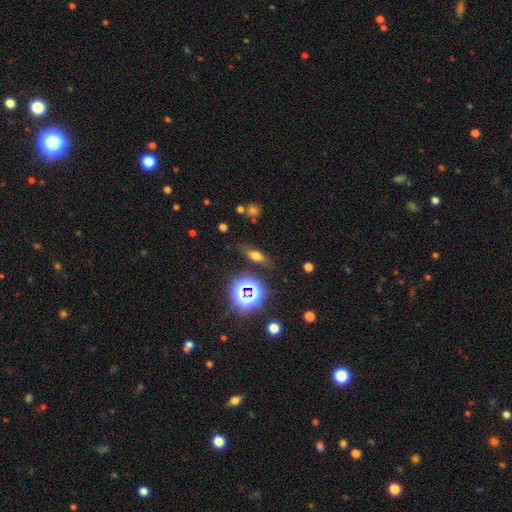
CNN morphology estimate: Smooth or featured?
  - smooth: 55% *
  - star or artifact: 24%
  - featured or disk: 21%
How rounded?
  - in between: 53% *
  - cigar-shaped: 35%
  - round: 12%
Merging?
  - none: 78% *
  - minor disturbance: 14%
  - major disturbance: 5%
  - merger: 3%